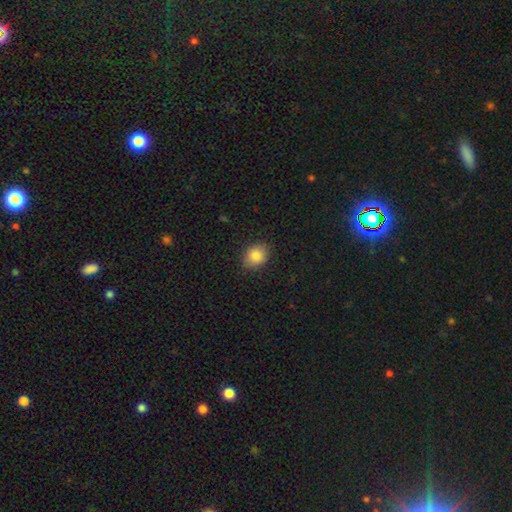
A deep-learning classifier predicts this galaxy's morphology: The model was most divided on "how rounded": round: 53%, in between: 46%, cigar-shaped: 1%. More confident: merging — none (86%); smooth or featured — smooth (84%).